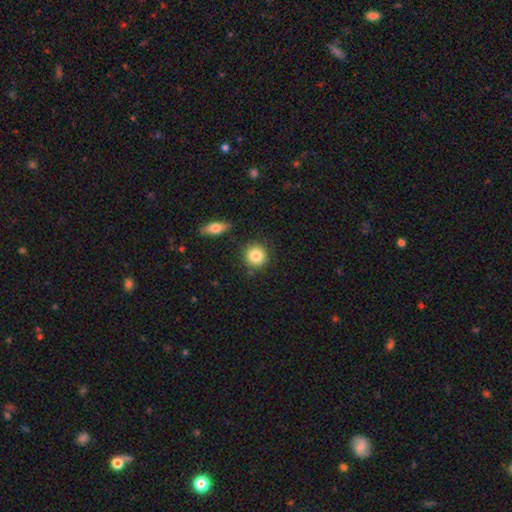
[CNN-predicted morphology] Overall: smooth (84%). How rounded: round (90%). Merging: none (85%).